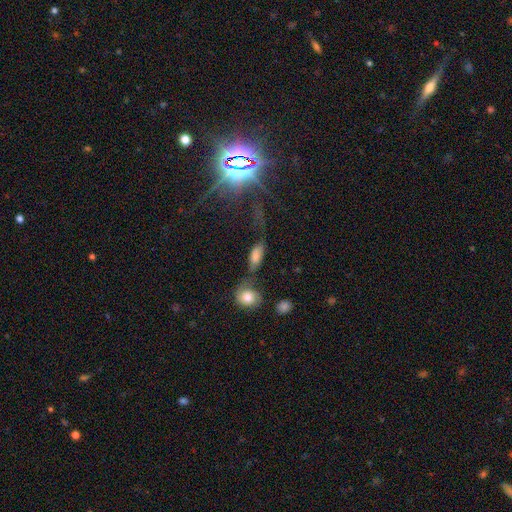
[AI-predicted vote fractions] Morphology: type=smooth (71%); roundness=in between (79%); merging=none (40%).